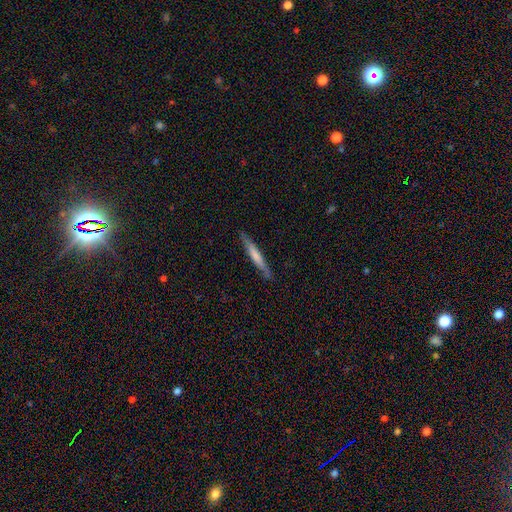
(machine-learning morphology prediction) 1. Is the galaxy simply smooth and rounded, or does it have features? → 59% smooth, 36% featured or disk, 5% star or artifact.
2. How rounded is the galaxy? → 95% cigar-shaped, 4% in between, 1% round.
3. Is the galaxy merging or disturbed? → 86% none, 11% minor disturbance, 2% major disturbance, 1% merger.